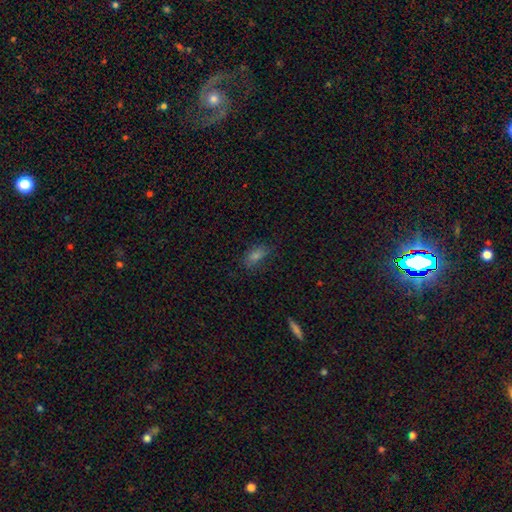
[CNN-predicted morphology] smooth_or_featured: smooth (p=0.69) [alt: star or artifact p=0.19]
how_rounded: in between (p=0.79) [alt: cigar-shaped p=0.13]
merging: none (p=0.73) [alt: minor disturbance p=0.19]